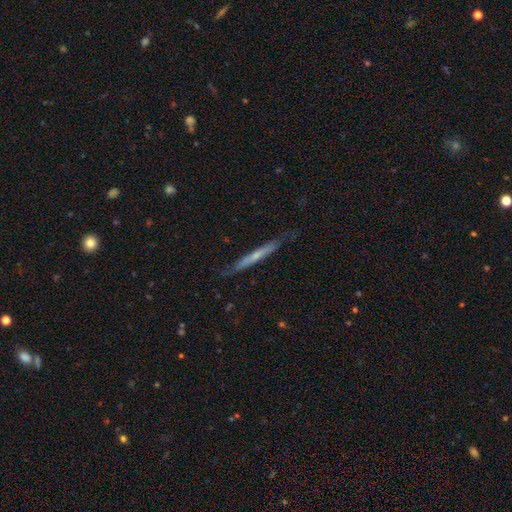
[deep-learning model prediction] Smooth or featured: featured or disk — 50% (smooth — 44%)
Edge-on disk: yes — 93% (no — 7%)
Merging: none — 80% (minor disturbance — 16%)